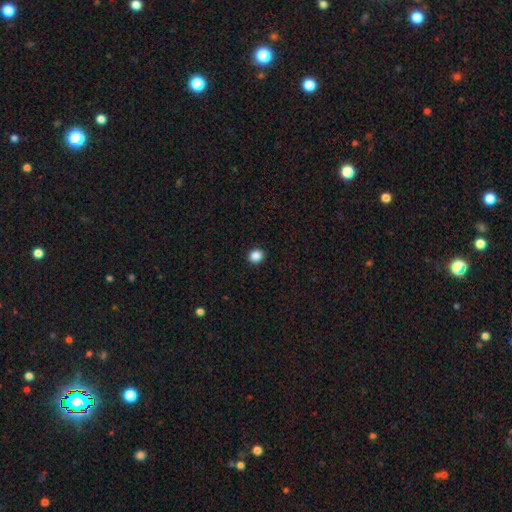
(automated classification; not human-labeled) Overall: smooth (87%). How rounded: round (74%). Merging: none (92%).